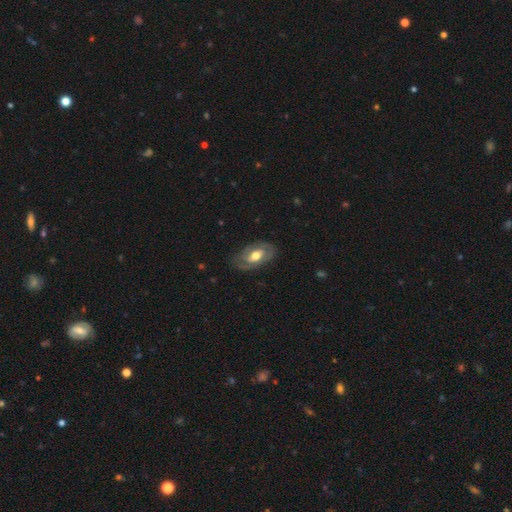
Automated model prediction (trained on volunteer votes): A featured or disk galaxy (63%) with no bar (53%), spiral arms (57%) and a moderate central bulge (69%).

Vote fractions:
- Smooth or featured? featured or disk: 63% / smooth: 31% / star or artifact: 5%
- Edge-on disk? no: 91% / yes: 9%
- Bar? no: 53% / weak: 33% / strong: 15%
- Spiral arms? yes: 57% / no: 43%
- Bulge size? moderate: 69% / large: 19% / small: 10% / dominant: 1% / none: 1%
- Merging? none: 73% / minor disturbance: 19% / major disturbance: 7% / merger: 1%